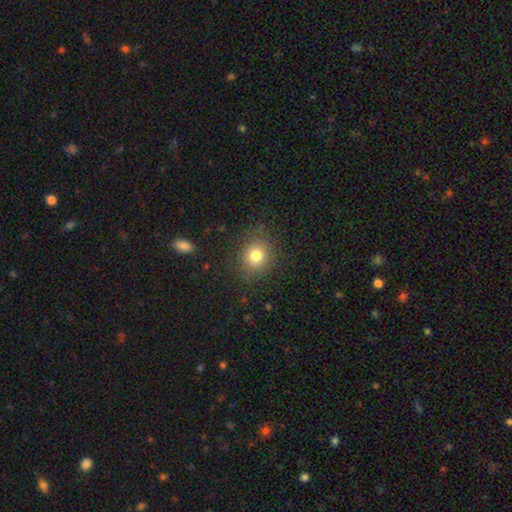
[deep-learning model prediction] Smooth or featured? smooth (79%)
How rounded? round (76%)
Merging? none (83%)